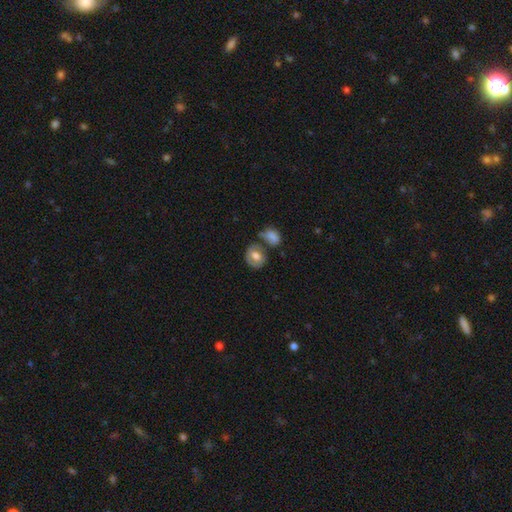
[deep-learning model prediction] Smooth or featured: smooth — 57% (featured or disk — 36%)
How rounded: in between — 53% (round — 45%)
Merging: none — 54% (merger — 21%)